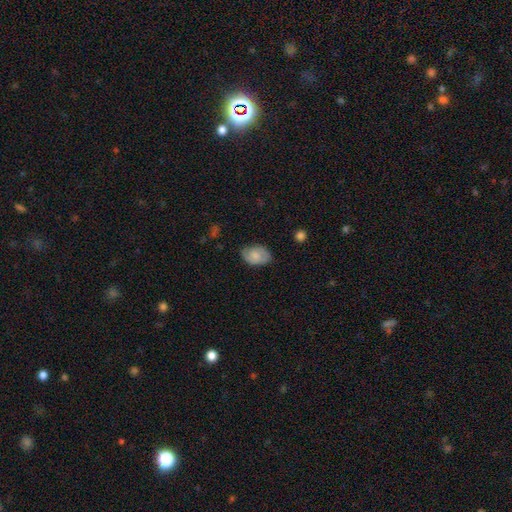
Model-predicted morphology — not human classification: smooth-or-featured: smooth: 55% | featured or disk: 37% | star or artifact: 8%
  how-rounded: in between: 85% | round: 14% | cigar-shaped: 1%
  merging: none: 74% | minor disturbance: 20% | major disturbance: 5% | merger: 1%